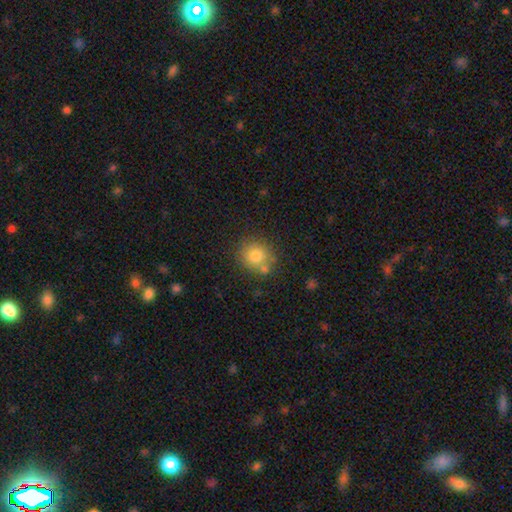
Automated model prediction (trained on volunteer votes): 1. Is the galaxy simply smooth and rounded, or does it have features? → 80% smooth, 10% star or artifact, 10% featured or disk.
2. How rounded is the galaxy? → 85% round, 14% in between, 1% cigar-shaped.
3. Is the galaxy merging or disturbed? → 69% none, 14% merger, 13% minor disturbance, 4% major disturbance.